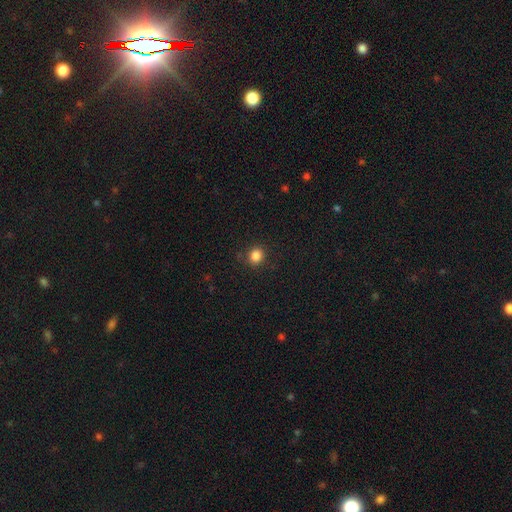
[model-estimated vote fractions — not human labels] This appears to be a smooth galaxy with no disk features (84%) that is round (80%). Merging: none (88%).